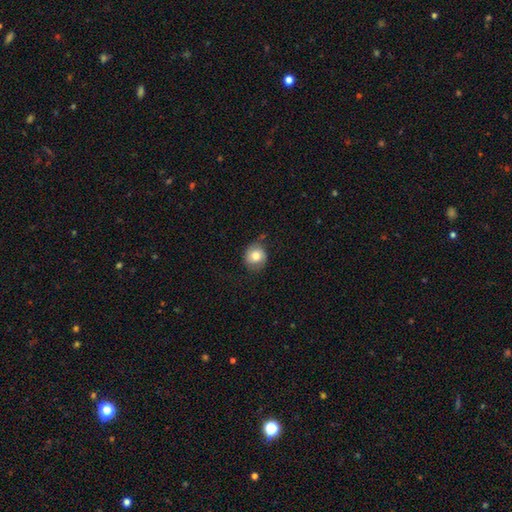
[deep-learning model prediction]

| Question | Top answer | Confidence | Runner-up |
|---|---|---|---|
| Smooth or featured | smooth | 71% | featured or disk (21%) |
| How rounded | round | 81% | in between (19%) |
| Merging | none | 66% | minor disturbance (24%) |